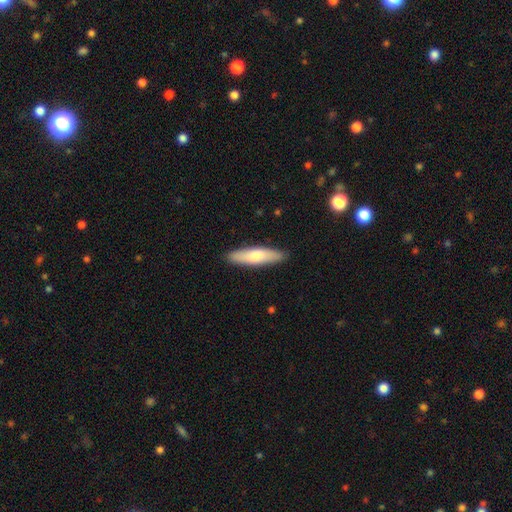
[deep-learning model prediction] The model was most divided on "how rounded": cigar-shaped: 67%, in between: 31%, round: 2%. More confident: merging — none (89%); smooth or featured — smooth (74%).